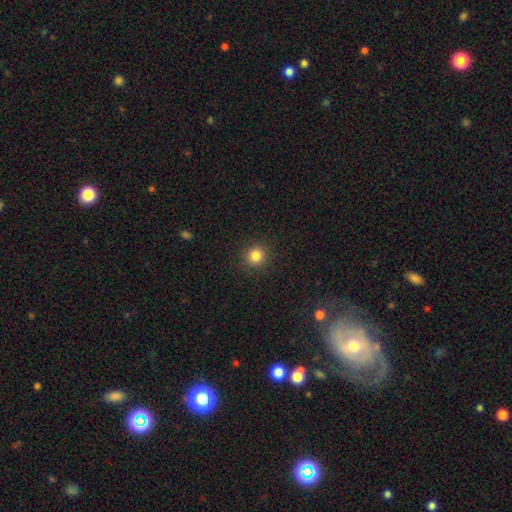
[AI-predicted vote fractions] The model was most divided on "smooth or featured": smooth: 84%, star or artifact: 12%, featured or disk: 4%. More confident: how rounded — round (93%); merging — none (91%).